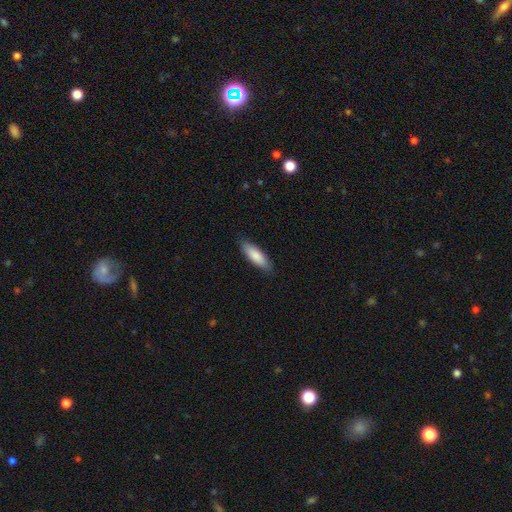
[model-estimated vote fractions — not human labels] Q: Smooth or featured?
A: smooth (85%); runner-up: featured or disk (9%)
Q: How rounded?
A: in between (50%); runner-up: cigar-shaped (49%)
Q: Merging?
A: none (87%); runner-up: minor disturbance (10%)